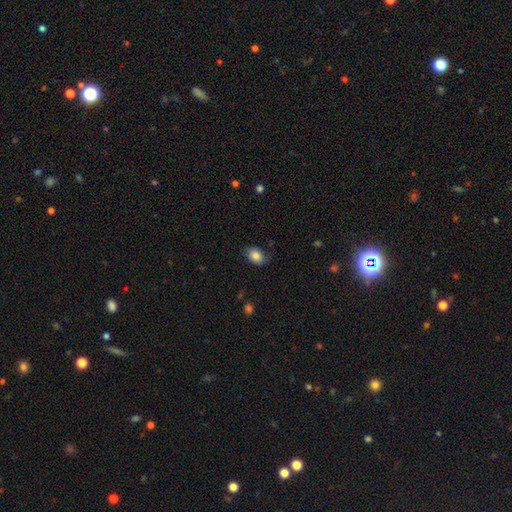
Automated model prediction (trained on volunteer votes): Smooth or featured? Predicted: smooth (p=0.84). How rounded? Predicted: in between (p=0.79). Merging? Predicted: none (p=0.80).